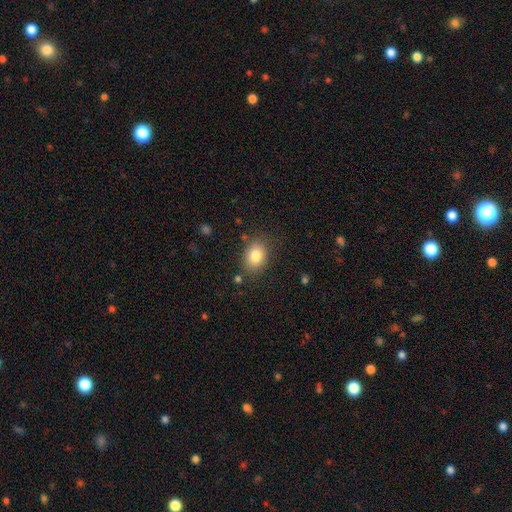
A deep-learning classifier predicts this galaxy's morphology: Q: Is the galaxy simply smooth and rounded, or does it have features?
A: smooth — 82%.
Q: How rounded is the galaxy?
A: in between — 64%.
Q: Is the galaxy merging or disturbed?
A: none — 81%.